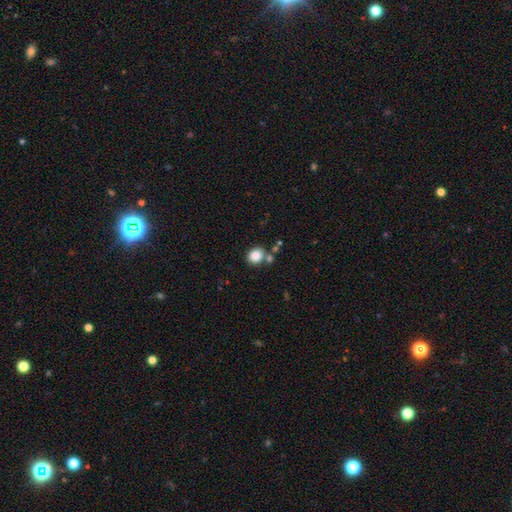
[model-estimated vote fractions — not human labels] A smooth galaxy with no disk features (85%) that is round (68%).

Vote fractions:
- Smooth or featured? smooth: 85% / star or artifact: 10% / featured or disk: 5%
- How rounded? round: 68% / in between: 31% / cigar-shaped: 1%
- Merging? none: 69% / merger: 16% / minor disturbance: 11% / major disturbance: 4%